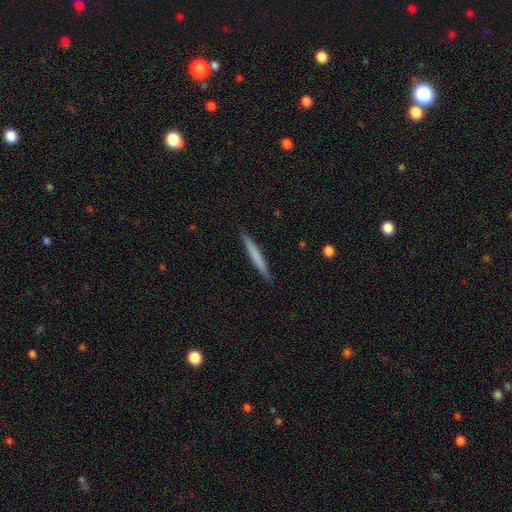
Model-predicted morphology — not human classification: A smooth galaxy with no disk features (63%) that is cigar-shaped (97%). Merging: none (90%).